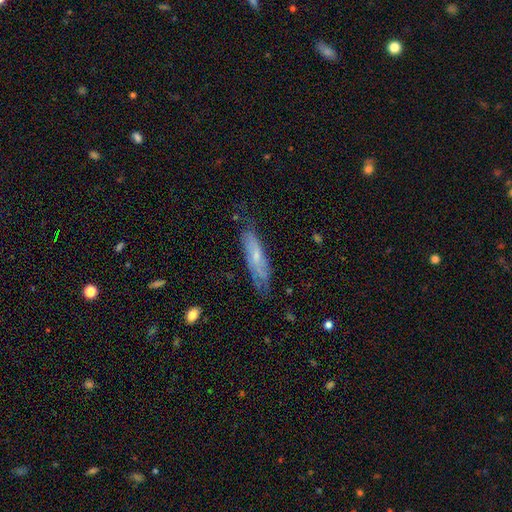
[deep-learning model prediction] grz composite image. It shows a featured or disk galaxy (52%). Merging: none (66%).